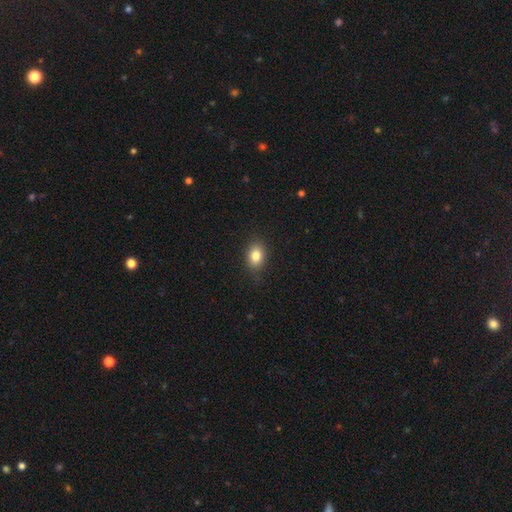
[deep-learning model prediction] smooth 82%, star or artifact 10%, featured or disk 8%. Down the decision tree: how rounded — in between (73%); merging — none (84%).